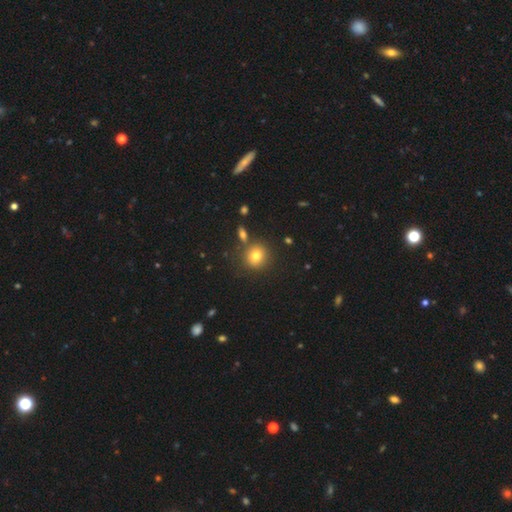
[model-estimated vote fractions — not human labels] Smooth or featured? smooth (79%)
How rounded? round (87%)
Merging? none (79%)